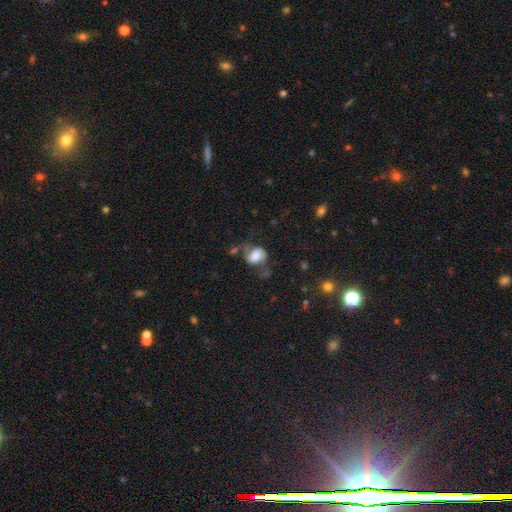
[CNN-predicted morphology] Q: Smooth or featured?
A: smooth (53%); runner-up: featured or disk (37%)
Q: How rounded?
A: in between (57%); runner-up: round (42%)
Q: Merging?
A: none (43%); runner-up: minor disturbance (27%)